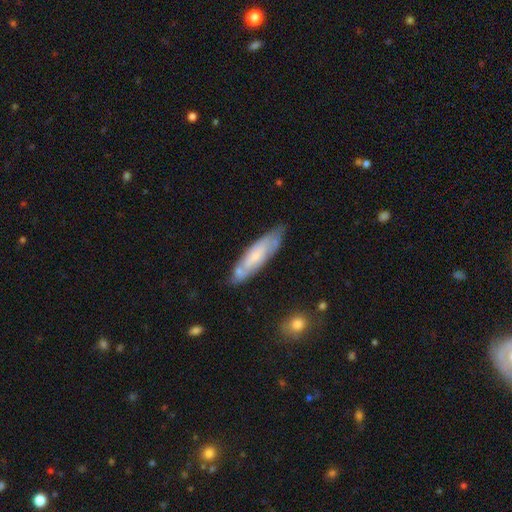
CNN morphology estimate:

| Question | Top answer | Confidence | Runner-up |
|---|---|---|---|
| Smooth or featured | featured or disk | 47% | tied: smooth (47%) |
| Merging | none | 68% | minor disturbance (21%) |